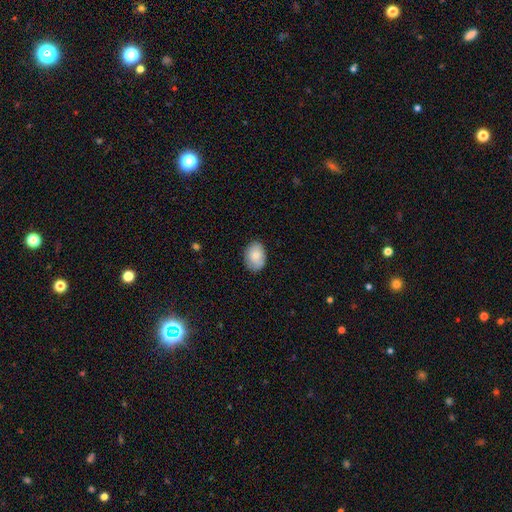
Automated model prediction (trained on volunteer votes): This appears to be a smooth galaxy with no disk features (85%) that is in between round and cigar-shaped (77%). Merging: none (81%).